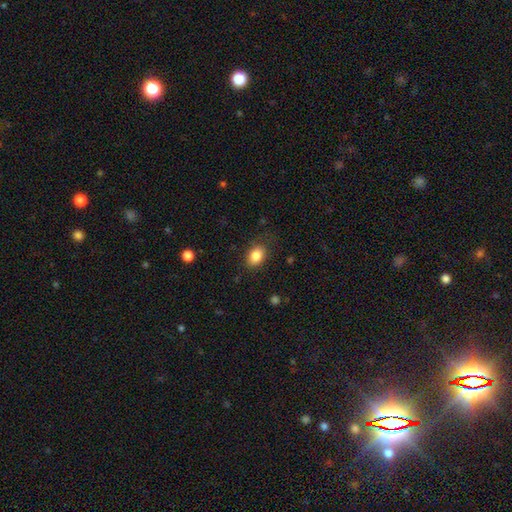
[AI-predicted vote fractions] smooth-or-featured: smooth: 85% | star or artifact: 8% | featured or disk: 7%
  how-rounded: in between: 76% | round: 22% | cigar-shaped: 1%
  merging: none: 79% | minor disturbance: 16% | major disturbance: 4% | merger: 1%